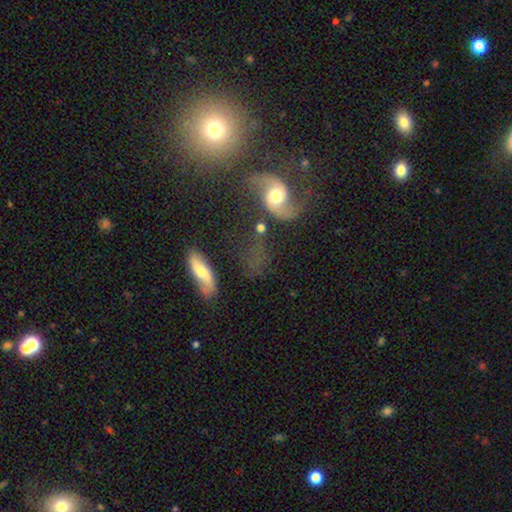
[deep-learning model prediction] Smooth or featured?
  - featured or disk: 69% *
  - smooth: 19%
  - star or artifact: 12%
Edge-on disk?
  - no: 89% *
  - yes: 11%
Bar?
  - no: 55% *
  - weak: 33%
  - strong: 12%
Spiral arms?
  - yes: 88% *
  - no: 12%
Spiral winding?
  - loose: 63% *
  - medium: 28%
  - tight: 9%
Spiral arm count?
  - 2: 86% *
  - 1: 7%
  - can't tell: 4%
  - 3: 1%
  - 4: 1%
  - more than 4: 1%
Bulge size?
  - moderate: 61% *
  - small: 18%
  - large: 14%
  - none: 4%
  - dominant: 3%
Merging?
  - none: 56% *
  - major disturbance: 18%
  - minor disturbance: 18%
  - merger: 9%